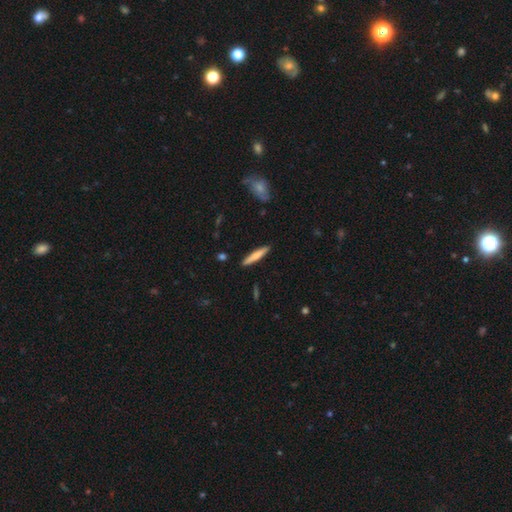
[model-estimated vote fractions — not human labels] Morphology: type=smooth (66%); roundness=cigar-shaped (91%); merging=none (90%).